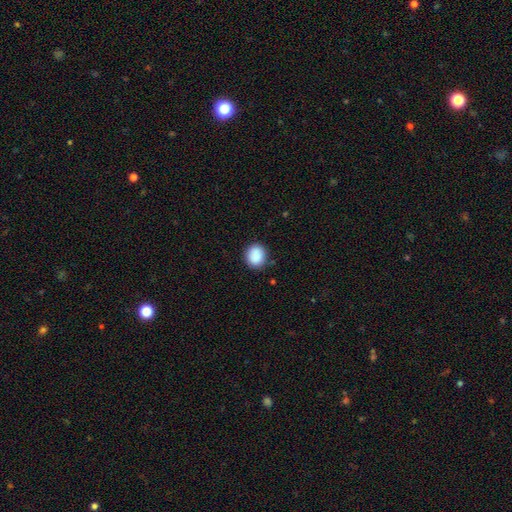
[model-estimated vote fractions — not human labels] A smooth galaxy with no disk features (89%) that is round (72%). Merging: none (85%).